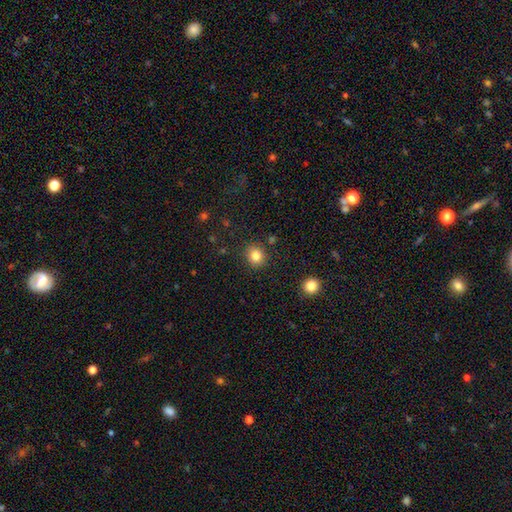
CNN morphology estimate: Smooth or featured: smooth — 83% (star or artifact — 11%)
How rounded: round — 84% (in between — 15%)
Merging: none — 89% (minor disturbance — 7%)